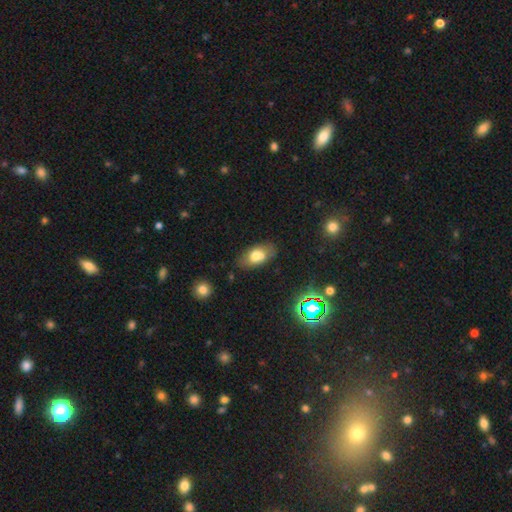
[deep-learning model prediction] This is likely a smooth galaxy (69%). How rounded: clearly in between (88%). Merging: possibly none (58%).